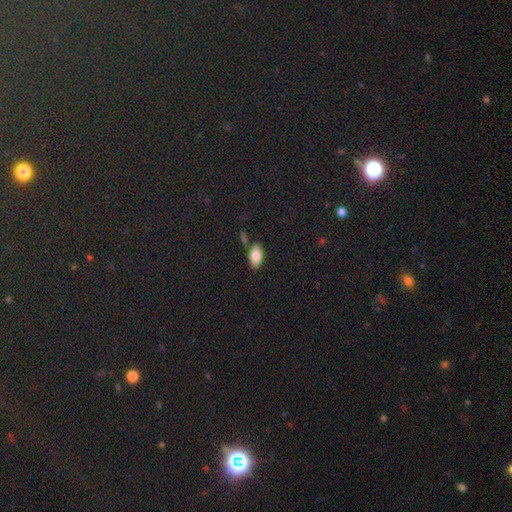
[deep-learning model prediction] This appears to be a smooth galaxy with no disk features (84%) that is in between round and cigar-shaped (93%). Merging: none (78%).